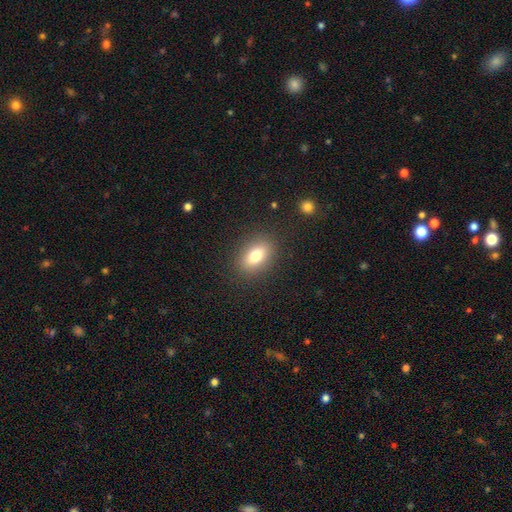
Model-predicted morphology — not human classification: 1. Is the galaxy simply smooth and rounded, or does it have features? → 77% smooth, 13% featured or disk, 10% star or artifact.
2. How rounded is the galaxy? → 80% in between, 16% round, 3% cigar-shaped.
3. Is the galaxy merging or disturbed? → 87% none, 9% minor disturbance, 3% major disturbance, 1% merger.